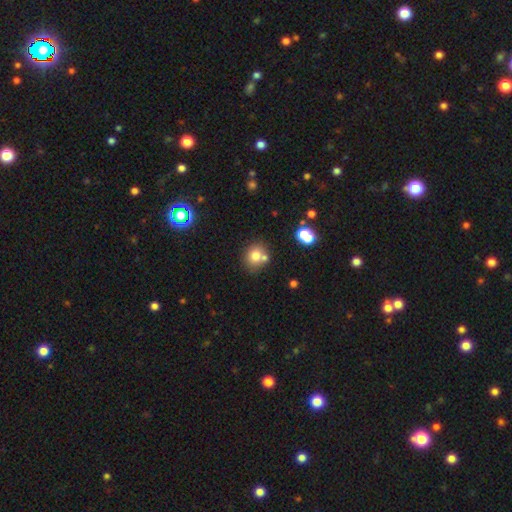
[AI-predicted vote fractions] This appears to be a smooth galaxy with no disk features (75%) that is round (78%). Merging: none (62%).